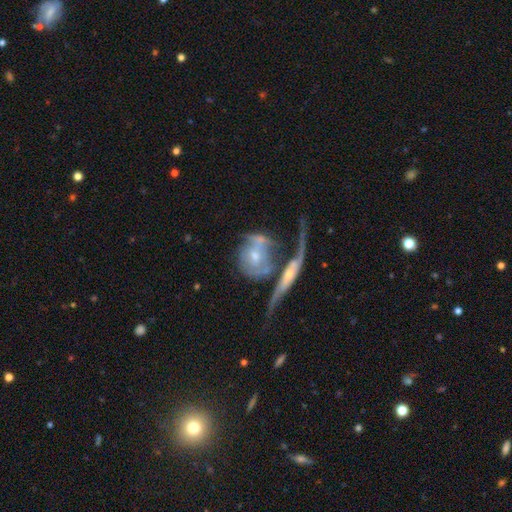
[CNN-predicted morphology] Smooth or featured: featured or disk — 64% (smooth — 28%)
Edge-on disk: no — 86% (yes — 14%)
Bar: no — 62% (weak — 29%)
Spiral arms: yes — 64% (no — 36%)
Bulge size: moderate — 46% (small — 41%)
Merging: merger — 51% (major disturbance — 21%)